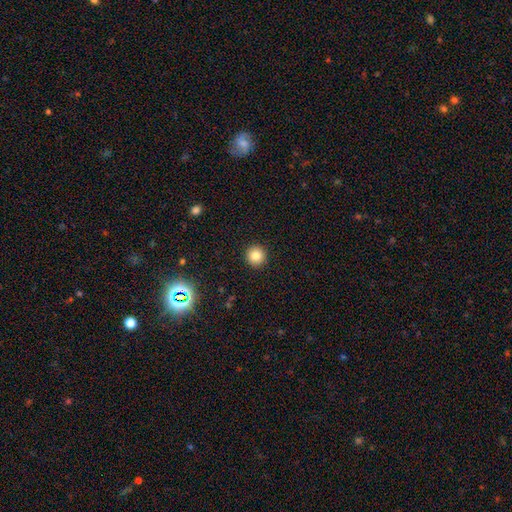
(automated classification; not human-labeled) smooth_or_featured: smooth (p=0.82) [alt: star or artifact p=0.12]
how_rounded: round (p=0.95) [alt: in between p=0.04]
merging: none (p=0.93) [alt: minor disturbance p=0.04]